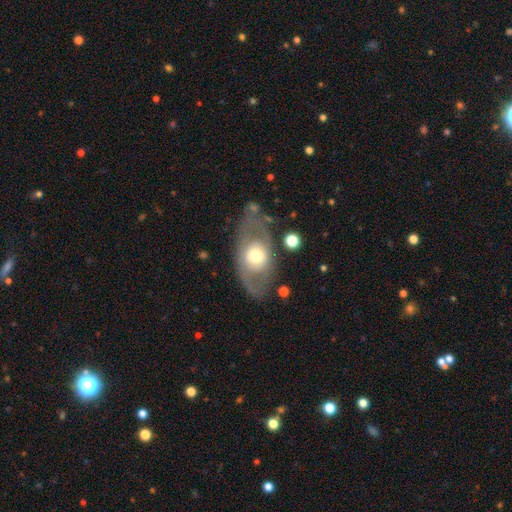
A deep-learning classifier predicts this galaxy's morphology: This appears to be a featured or disk galaxy (57%). Merging: none (70%).